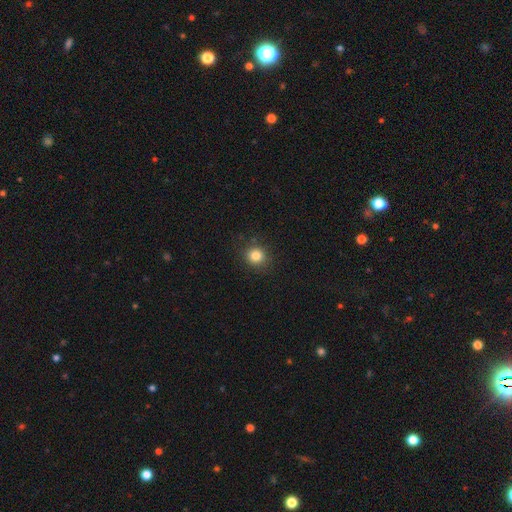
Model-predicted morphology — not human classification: smooth-or-featured: smooth: 83% | star or artifact: 12% | featured or disk: 6%
  how-rounded: round: 87% | in between: 12% | cigar-shaped: 1%
  merging: none: 88% | minor disturbance: 8% | major disturbance: 3% | merger: 1%